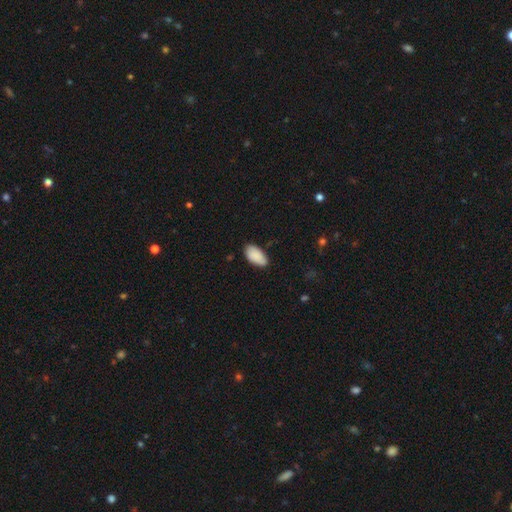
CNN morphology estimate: Q: Smooth or featured?
A: smooth (89%); runner-up: star or artifact (6%)
Q: How rounded?
A: in between (95%); runner-up: cigar-shaped (2%)
Q: Merging?
A: none (78%); runner-up: minor disturbance (18%)